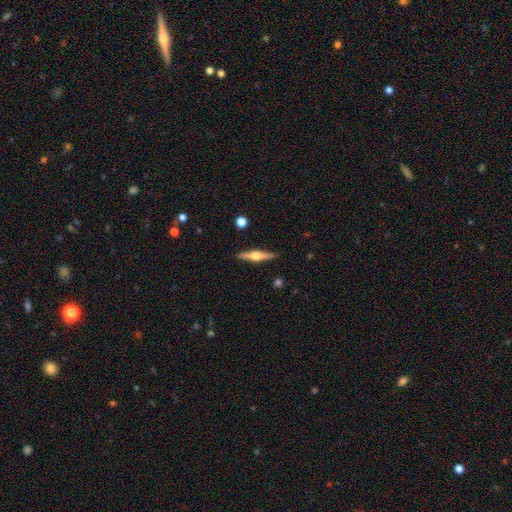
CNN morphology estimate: smooth-or-featured: featured or disk: 71% | smooth: 24% | star or artifact: 5%
  disk-edge-on: yes: 98% | no: 2%
    edge-on-bulge: rounded: 93% | boxy: 5% | none: 2%
  merging: none: 90% | minor disturbance: 7% | major disturbance: 1% | merger: 1%